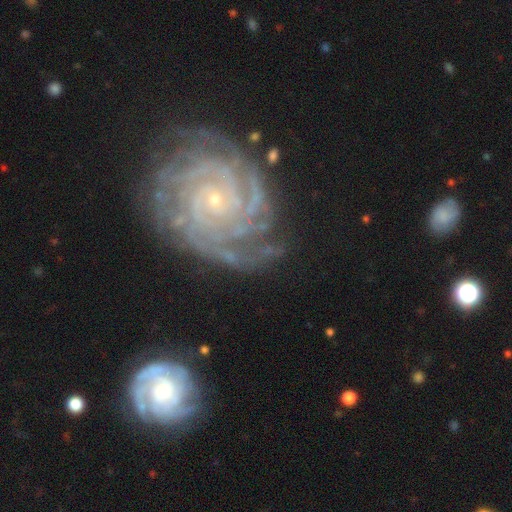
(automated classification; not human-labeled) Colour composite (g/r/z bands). It shows a featured or disk galaxy (90%) with no bar (71%), 4 (23%) tight (84%) spiral arms (98%) and a small central bulge (85%). Merging: none (68%).